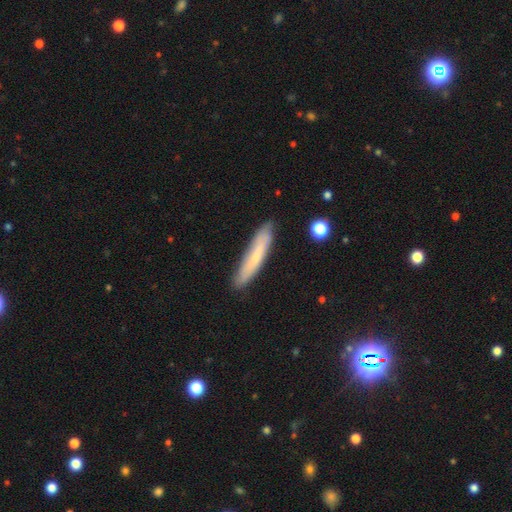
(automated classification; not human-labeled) smooth_or_featured: smooth (p=0.63) [alt: featured or disk p=0.30]
how_rounded: cigar-shaped (p=0.89) [alt: in between p=0.10]
merging: none (p=0.84) [alt: minor disturbance p=0.12]